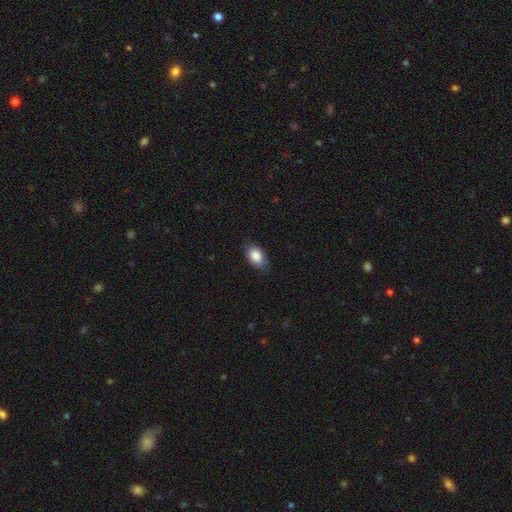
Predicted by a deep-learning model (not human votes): Overall: smooth (86%). How rounded: in between (86%). Merging: none (78%).